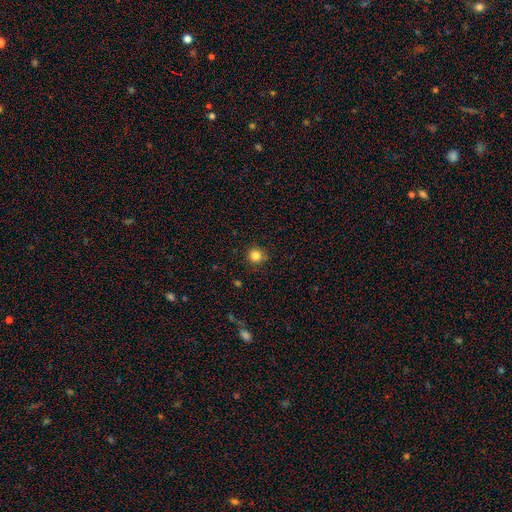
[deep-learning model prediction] This appears to be a smooth galaxy with no disk features (83%) that is round (92%). Merging: none (85%).